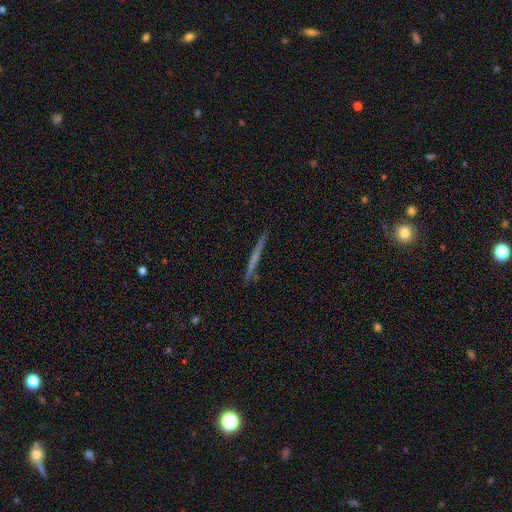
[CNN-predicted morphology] featured or disk 52%, smooth 40%, star or artifact 8%. Down the decision tree: edge-on disk — yes (96%); edge-on bulge — none (84%); merging — none (88%).